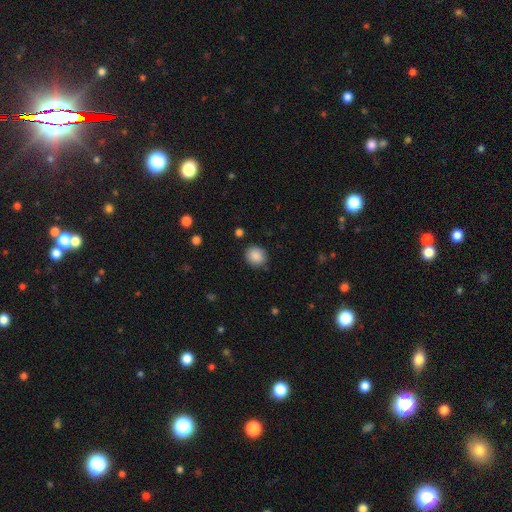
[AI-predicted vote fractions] Smooth or featured?
  - smooth: 88% *
  - star or artifact: 8%
  - featured or disk: 4%
How rounded?
  - round: 74% *
  - in between: 25%
  - cigar-shaped: 1%
Merging?
  - none: 85% *
  - minor disturbance: 11%
  - major disturbance: 3%
  - merger: 2%